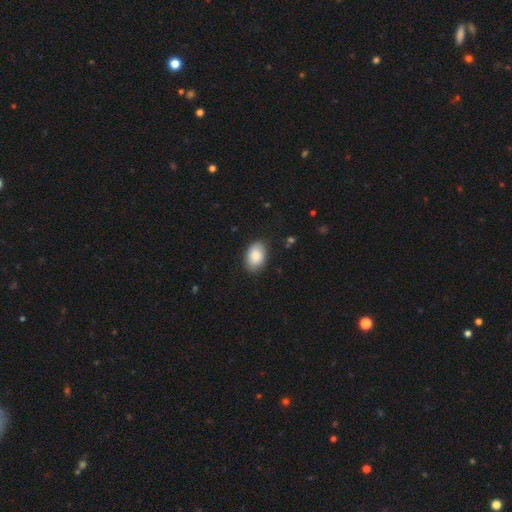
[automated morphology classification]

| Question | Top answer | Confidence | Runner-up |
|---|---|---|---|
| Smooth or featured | smooth | 86% | featured or disk (8%) |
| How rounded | in between | 88% | round (11%) |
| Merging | none | 85% | minor disturbance (12%) |